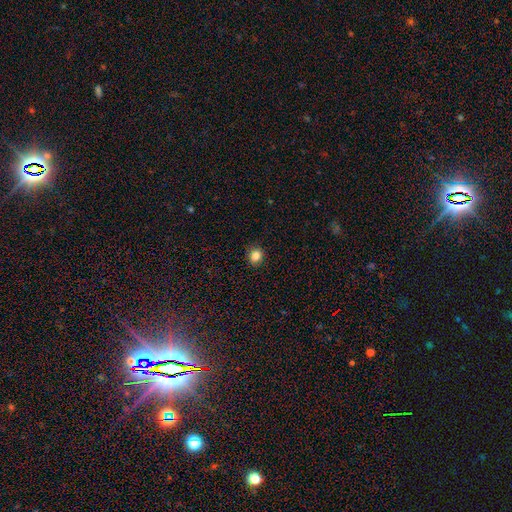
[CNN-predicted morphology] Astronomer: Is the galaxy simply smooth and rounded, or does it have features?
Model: smooth — 84%.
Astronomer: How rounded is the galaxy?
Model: round — 80%.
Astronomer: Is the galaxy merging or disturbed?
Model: none — 90%.